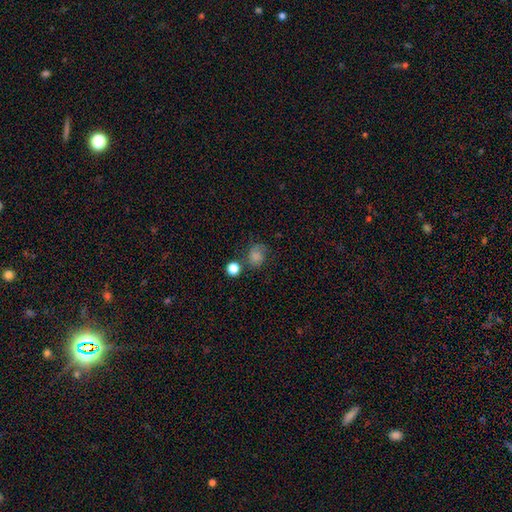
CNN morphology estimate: The model was most divided on "merging": none: 56%, minor disturbance: 23%, major disturbance: 12%, merger: 10%. More confident: smooth or featured — smooth (75%); how rounded — round (68%).